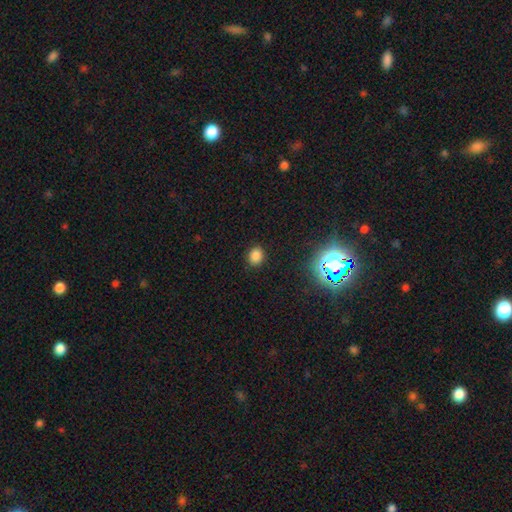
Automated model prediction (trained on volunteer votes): smooth_or_featured: smooth (p=0.80) [alt: star or artifact p=0.16]
how_rounded: round (p=0.64) [alt: in between p=0.35]
merging: none (p=0.89) [alt: minor disturbance p=0.08]